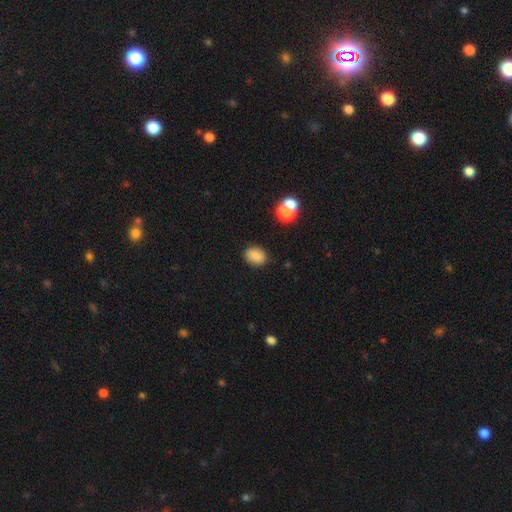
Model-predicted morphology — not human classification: The model was most divided on "how rounded": in between: 68%, round: 30%, cigar-shaped: 1%. More confident: merging — none (85%); smooth or featured — smooth (84%).